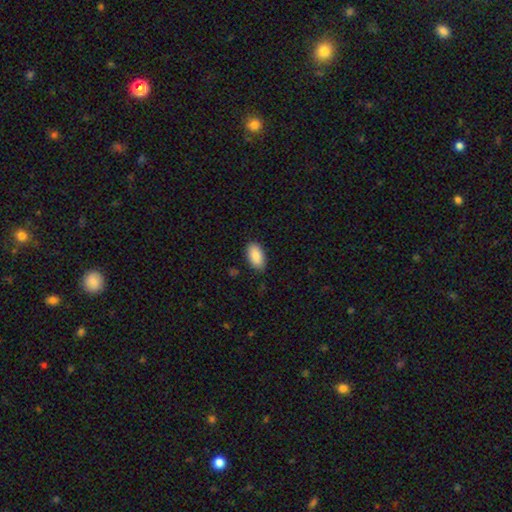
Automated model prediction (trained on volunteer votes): Smooth or featured? Predicted: smooth (p=0.87). How rounded? Predicted: in between (p=0.94). Merging? Predicted: none (p=0.84).